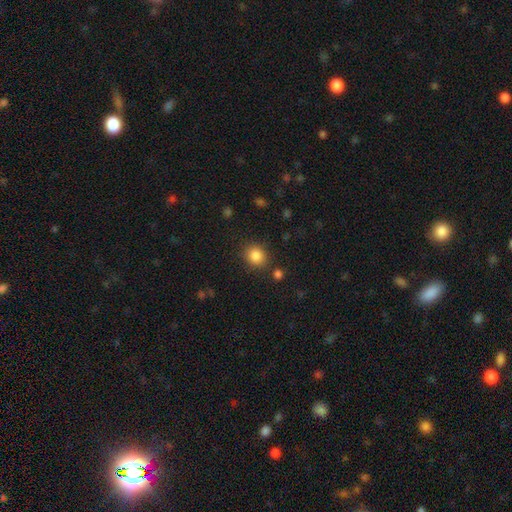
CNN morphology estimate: The model was most divided on "how rounded": round: 77%, in between: 23%, cigar-shaped: 1%. More confident: smooth or featured — smooth (86%); merging — none (84%).